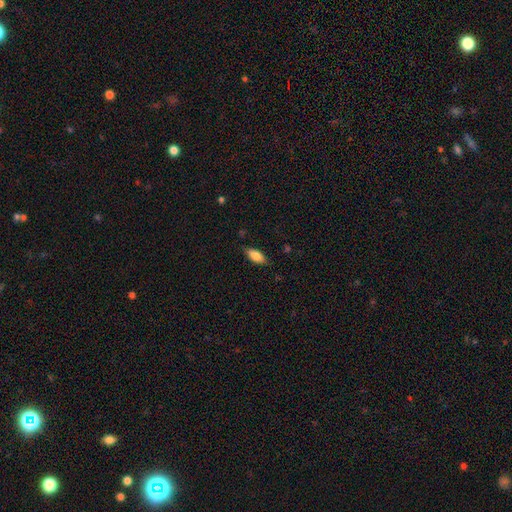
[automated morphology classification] Smooth or featured: smooth — 81% (featured or disk — 12%)
How rounded: in between — 83% (cigar-shaped — 15%)
Merging: none — 81% (minor disturbance — 15%)